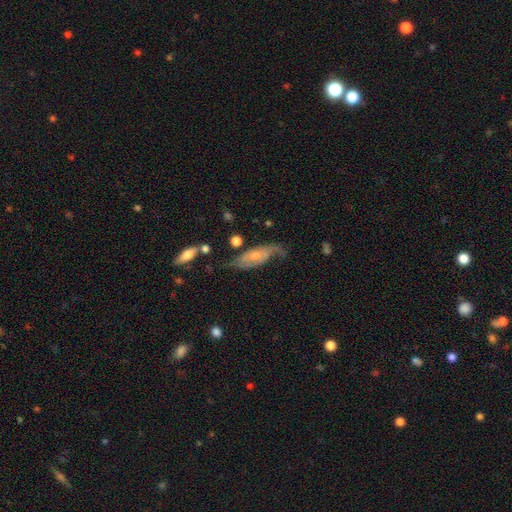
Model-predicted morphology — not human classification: Smooth or featured? Predicted: featured or disk (p=0.66). Edge-on disk? Predicted: no (p=0.84). Bar? Predicted: no (p=0.63). Spiral arms? Predicted: yes (p=0.88). Bulge size? Predicted: small (p=0.48). Merging? Predicted: none (p=0.49).